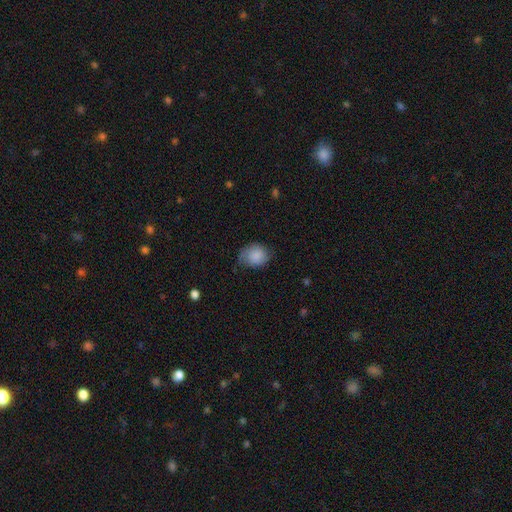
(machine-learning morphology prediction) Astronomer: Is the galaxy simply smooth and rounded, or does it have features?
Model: smooth — 81%.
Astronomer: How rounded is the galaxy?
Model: round — 51% (runner-up: in between, 48%).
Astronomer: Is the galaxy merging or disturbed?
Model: none — 51% (runner-up: minor disturbance, 36%).